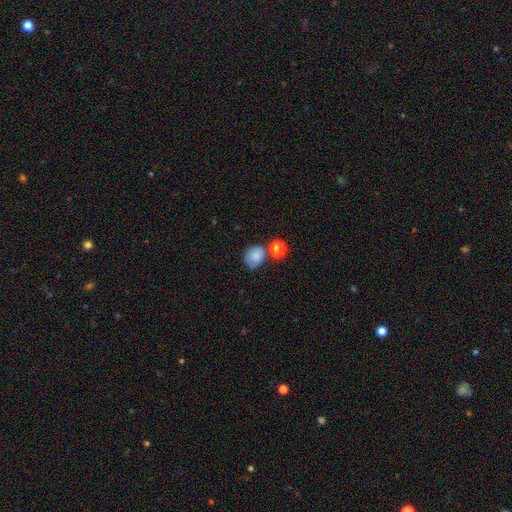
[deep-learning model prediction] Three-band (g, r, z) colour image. It shows a smooth galaxy with no disk features (85%) that is round (52%). Merging: none (59%).